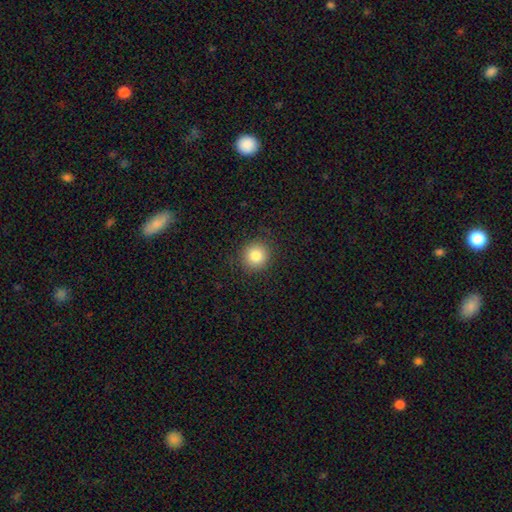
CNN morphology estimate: A smooth galaxy with no disk features (83%) that is round (90%). Merging: none (89%).